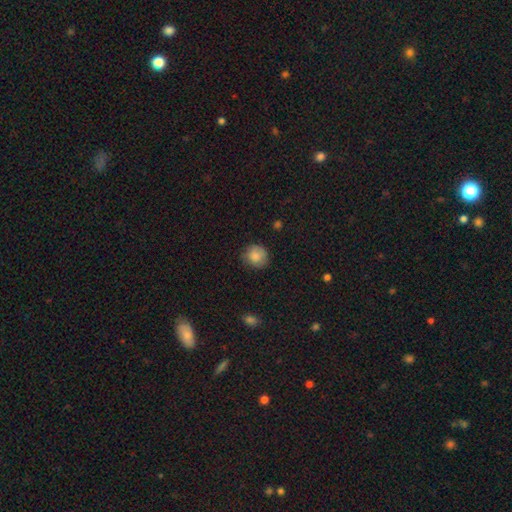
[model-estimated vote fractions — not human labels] This is clearly a smooth galaxy (83%). How rounded: clearly round (87%). Merging: likely none (77%).